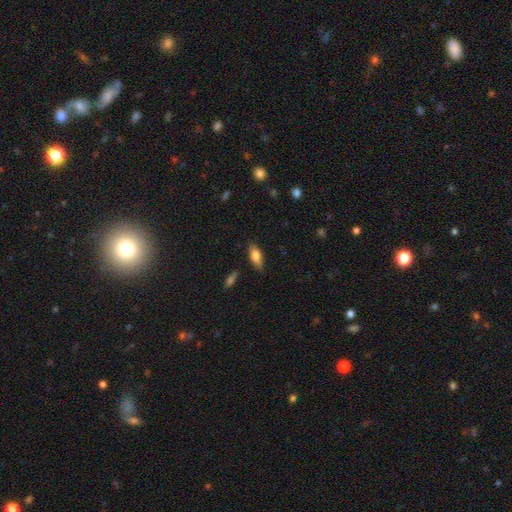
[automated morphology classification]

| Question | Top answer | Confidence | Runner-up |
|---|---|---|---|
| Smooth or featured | smooth | 74% | featured or disk (19%) |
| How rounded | in between | 79% | cigar-shaped (17%) |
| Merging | none | 80% | minor disturbance (15%) |